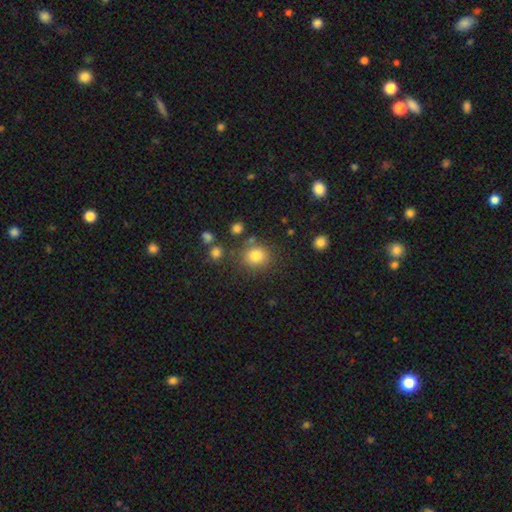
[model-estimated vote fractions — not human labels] smooth_or_featured: smooth (p=0.81) [alt: star or artifact p=0.12]
how_rounded: round (p=0.80) [alt: in between p=0.19]
merging: none (p=0.77) [alt: minor disturbance p=0.11]